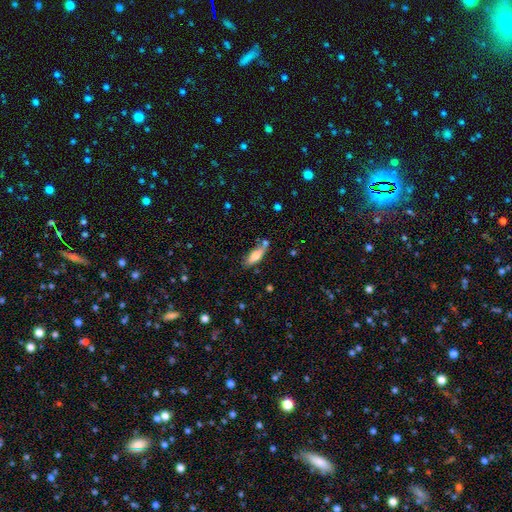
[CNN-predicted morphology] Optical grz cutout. It shows a smooth galaxy with no disk features (65%) that is in between round and cigar-shaped (50%). Merging: none (63%).